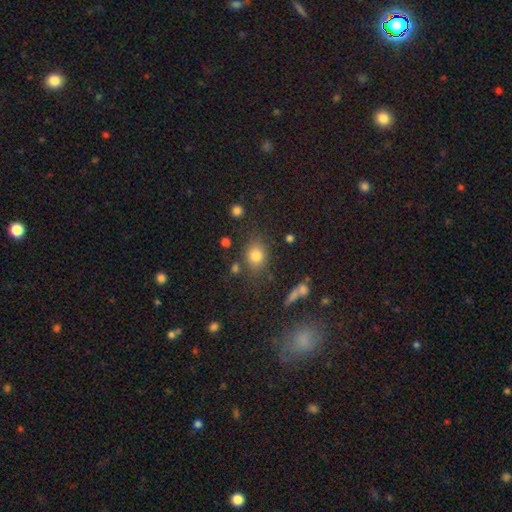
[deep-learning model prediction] smooth-or-featured: smooth: 79% | star or artifact: 13% | featured or disk: 8%
  how-rounded: round: 51% | in between: 47% | cigar-shaped: 2%
  merging: none: 74% | minor disturbance: 14% | merger: 6% | major disturbance: 6%